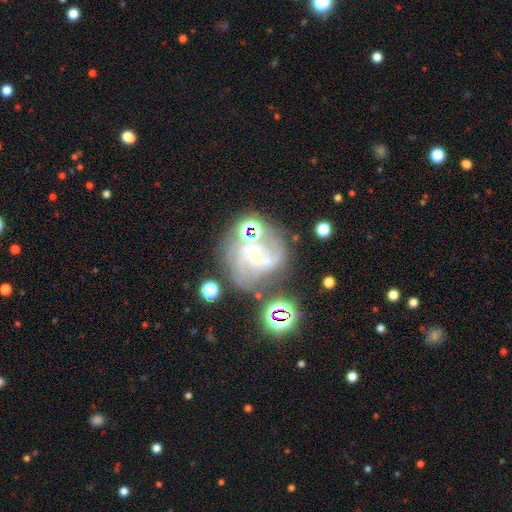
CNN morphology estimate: smooth_or_featured: featured or disk (p=0.81) [alt: star or artifact p=0.12]
disk_edge_on: no (p=0.98) [alt: yes p=0.02]
bar: no (p=0.63) [alt: weak p=0.28]
has_spiral_arms: yes (p=0.96) [alt: no p=0.04]
spiral_winding: tight (p=0.57) [alt: medium p=0.36]
spiral_arm_count: 3 (p=0.29) [alt: 2 p=0.25]
bulge_size: small (p=0.75) [alt: moderate p=0.20]
merging: none (p=0.60) [alt: minor disturbance p=0.18]